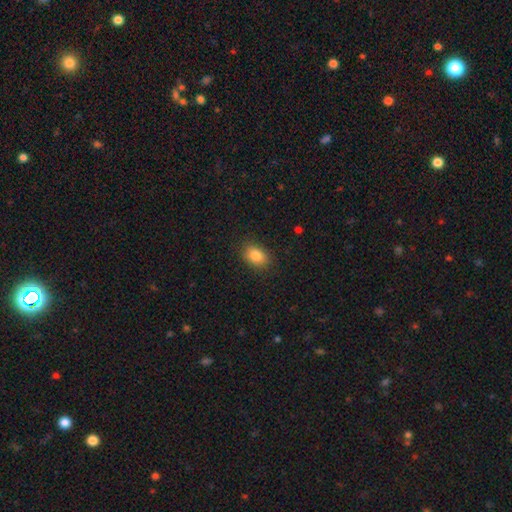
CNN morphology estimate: Q: Smooth or featured?
A: smooth (85%); runner-up: star or artifact (9%)
Q: How rounded?
A: in between (79%); runner-up: round (19%)
Q: Merging?
A: none (86%); runner-up: minor disturbance (11%)